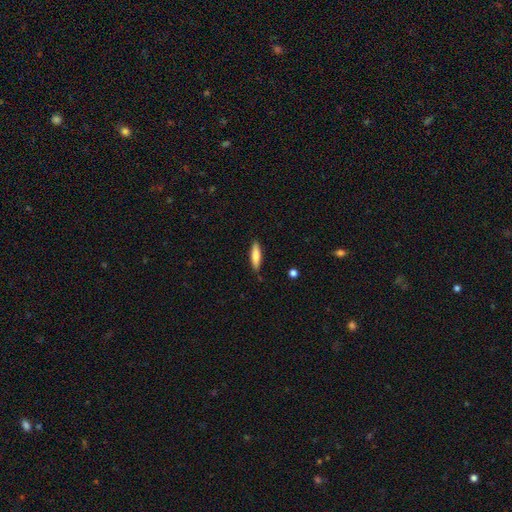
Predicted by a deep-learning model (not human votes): Smooth or featured?
  - smooth: 78% *
  - featured or disk: 16%
  - star or artifact: 6%
How rounded?
  - cigar-shaped: 69% *
  - in between: 30%
  - round: 2%
Merging?
  - none: 85% *
  - minor disturbance: 11%
  - major disturbance: 2%
  - merger: 2%